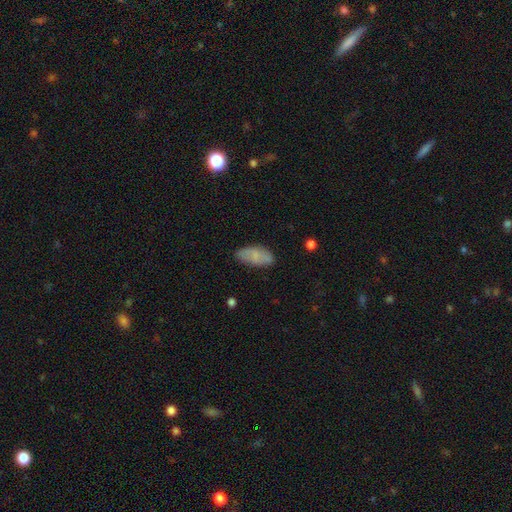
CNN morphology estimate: A smooth galaxy with no disk features (76%) that is in between round and cigar-shaped (91%).

Vote fractions:
- Smooth or featured? smooth: 76% / featured or disk: 17% / star or artifact: 7%
- How rounded? in between: 91% / cigar-shaped: 7% / round: 2%
- Merging? none: 79% / minor disturbance: 16% / major disturbance: 3% / merger: 1%